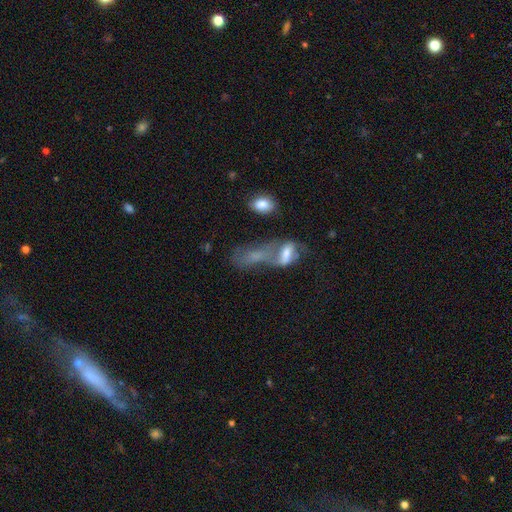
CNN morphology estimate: This is marginally a smooth galaxy (45%). Merging: possibly merger (54%).